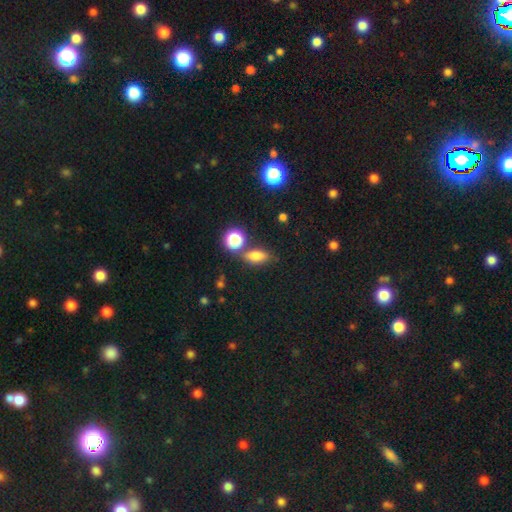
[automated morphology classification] Q: Smooth or featured?
A: smooth (76%); runner-up: star or artifact (14%)
Q: How rounded?
A: in between (73%); runner-up: round (16%)
Q: Merging?
A: none (66%); runner-up: merger (16%)